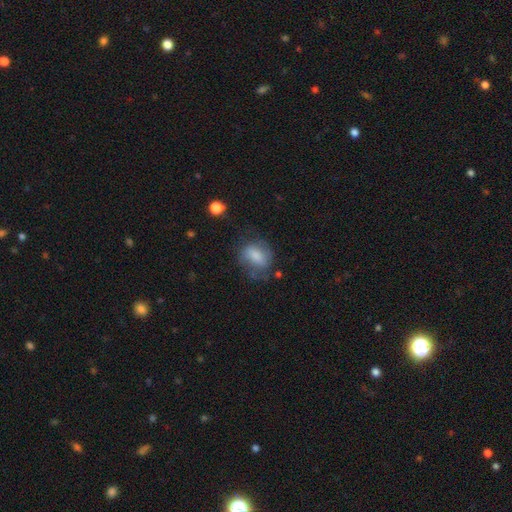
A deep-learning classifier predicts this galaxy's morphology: A smooth galaxy with no disk features (63%) that is in between round and cigar-shaped (68%).

Vote fractions:
- Smooth or featured? smooth: 63% / featured or disk: 29% / star or artifact: 8%
- How rounded? in between: 68% / round: 30% / cigar-shaped: 2%
- Merging? none: 51% / minor disturbance: 27% / major disturbance: 19% / merger: 3%